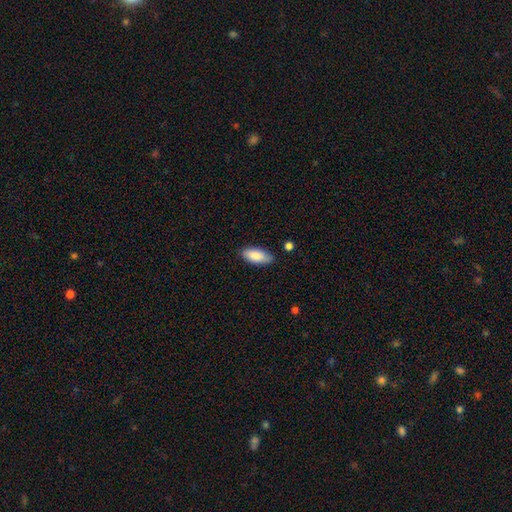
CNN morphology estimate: Overall: smooth (87%). How rounded: in between (86%). Merging: none (83%).